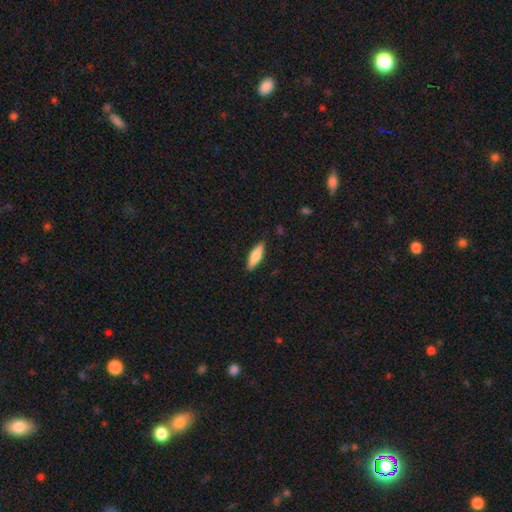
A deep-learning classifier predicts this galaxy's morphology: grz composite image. It shows a smooth galaxy with no disk features (74%) that is cigar-shaped (52%). Merging: none (88%).